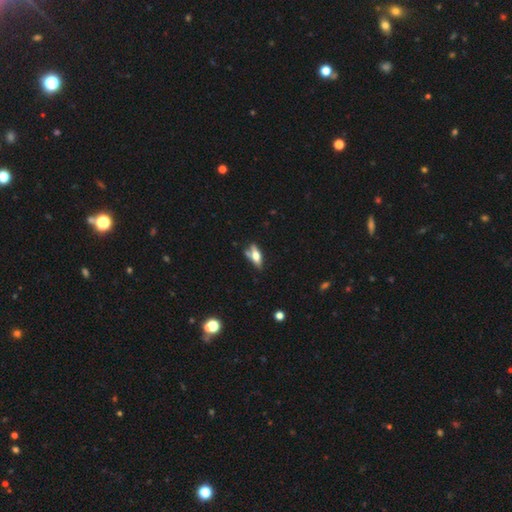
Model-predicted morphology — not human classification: A smooth galaxy with no disk features (55%) that is in between round and cigar-shaped (63%). Merging: none (54%).